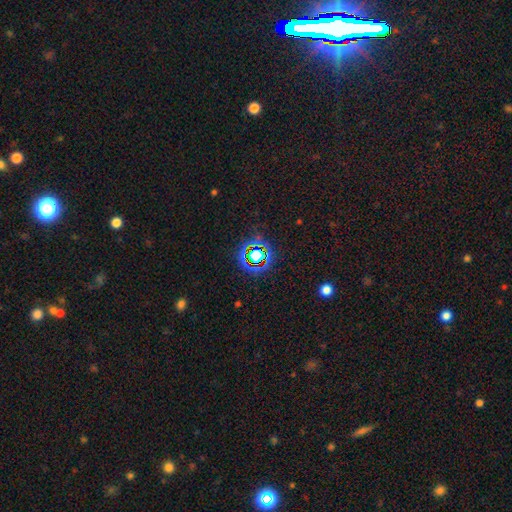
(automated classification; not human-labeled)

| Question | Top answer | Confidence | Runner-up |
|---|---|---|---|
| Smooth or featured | star or artifact | 68% | smooth (20%) |